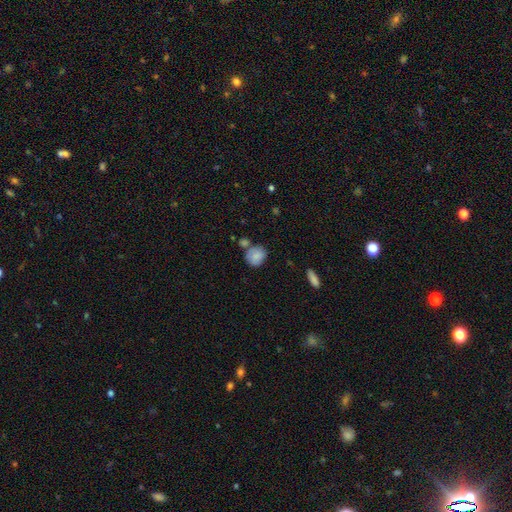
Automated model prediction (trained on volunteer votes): smooth-or-featured: smooth: 82% | featured or disk: 11% | star or artifact: 7%
  how-rounded: round: 71% | in between: 27% | cigar-shaped: 1%
  merging: none: 55% | merger: 22% | minor disturbance: 18% | major disturbance: 5%